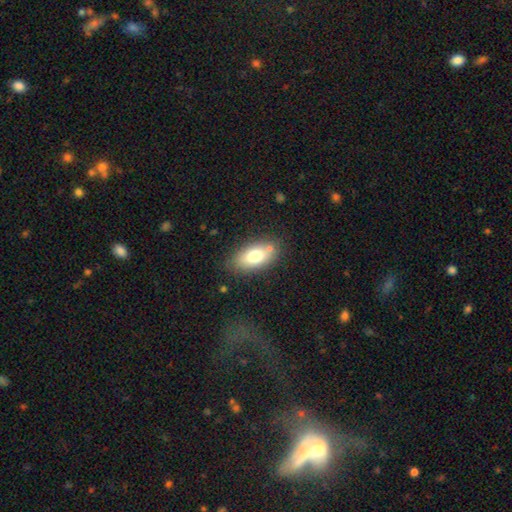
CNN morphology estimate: Smooth or featured?
  - smooth: 73% *
  - featured or disk: 20%
  - star or artifact: 8%
How rounded?
  - in between: 88% *
  - cigar-shaped: 7%
  - round: 5%
Merging?
  - none: 75% *
  - minor disturbance: 15%
  - merger: 6%
  - major disturbance: 5%